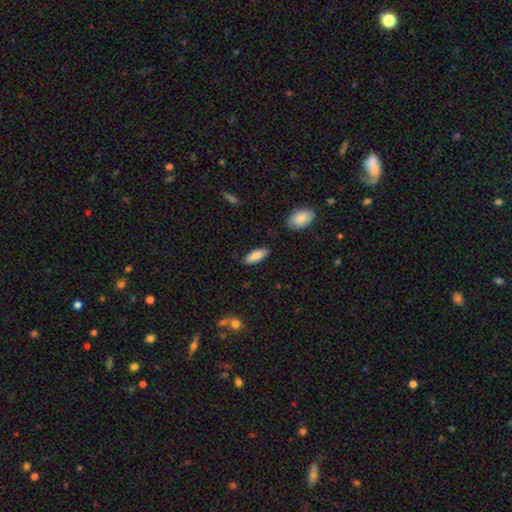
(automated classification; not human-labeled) A smooth galaxy with no disk features (86%) that is in between round and cigar-shaped (75%).

Vote fractions:
- Smooth or featured? smooth: 86% / featured or disk: 8% / star or artifact: 6%
- How rounded? in between: 75% / cigar-shaped: 24% / round: 2%
- Merging? none: 85% / minor disturbance: 11% / major disturbance: 2% / merger: 2%